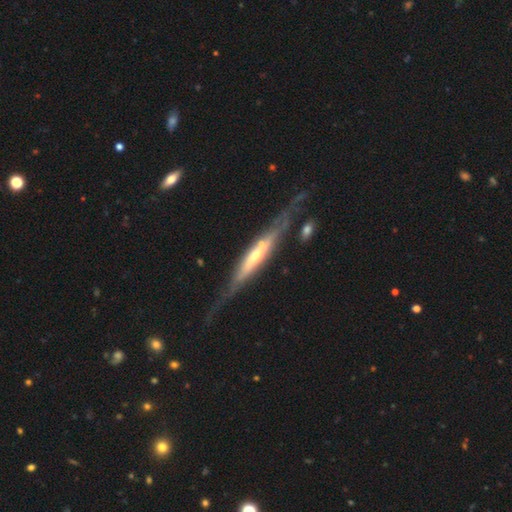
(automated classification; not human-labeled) featured or disk 73%, smooth 22%, star or artifact 5%. Down the decision tree: edge-on disk — yes (83%); edge-on bulge — rounded (52%); merging — none (57%).